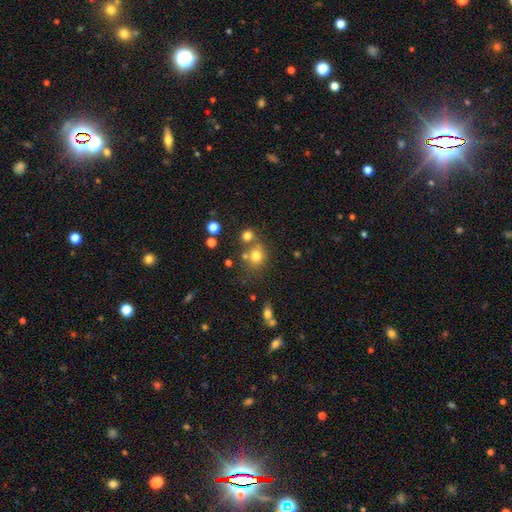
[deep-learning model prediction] Overall: smooth (74%). How rounded: round (81%). Merging: none (57%; merger 27%).